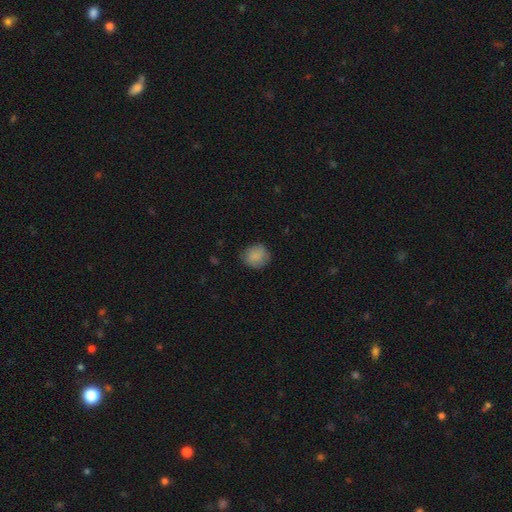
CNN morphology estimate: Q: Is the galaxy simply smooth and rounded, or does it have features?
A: smooth — 86%.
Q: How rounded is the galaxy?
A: round — 80%.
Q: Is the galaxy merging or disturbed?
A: none — 81%.